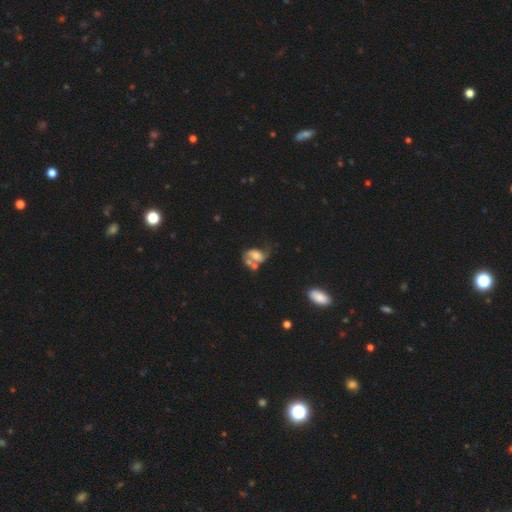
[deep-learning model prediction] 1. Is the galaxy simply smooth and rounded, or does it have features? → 50% featured or disk, 40% smooth, 10% star or artifact.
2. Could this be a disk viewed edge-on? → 96% no, 4% yes.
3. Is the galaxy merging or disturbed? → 41% merger, 22% none, 22% major disturbance, 16% minor disturbance.